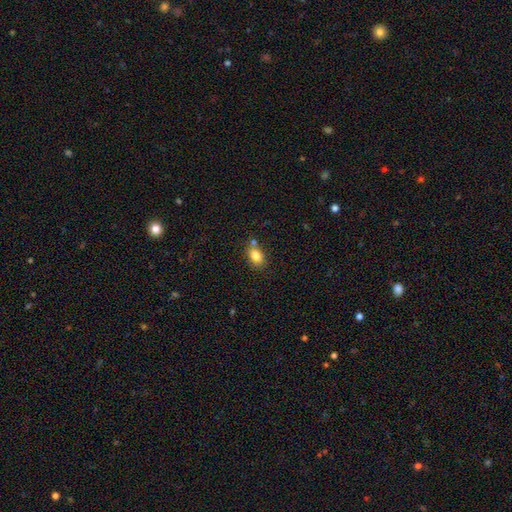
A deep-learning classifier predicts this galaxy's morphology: Smooth or featured? smooth (83%)
How rounded? in between (79%)
Merging? none (69%)